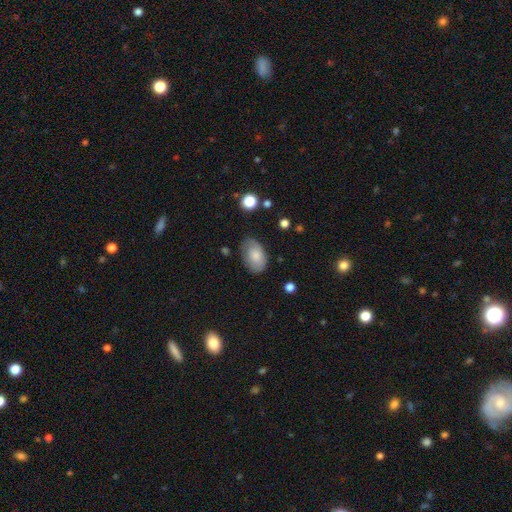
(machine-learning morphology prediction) smooth_or_featured: smooth (p=0.75) [alt: featured or disk p=0.18]
how_rounded: in between (p=0.92) [alt: round p=0.07]
merging: none (p=0.68) [alt: minor disturbance p=0.24]